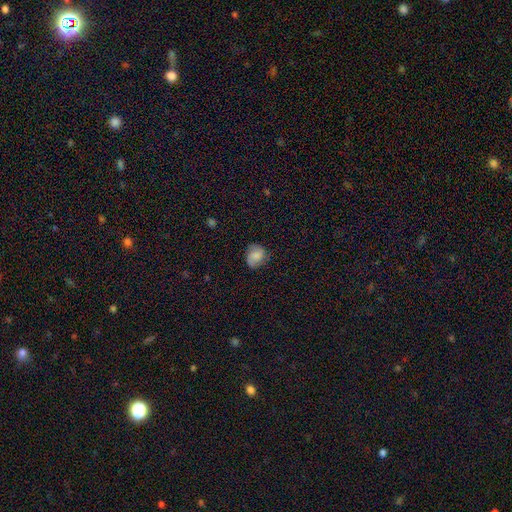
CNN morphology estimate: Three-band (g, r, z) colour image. It shows a smooth galaxy with no disk features (54%) that is round (66%). Merging: none (73%).